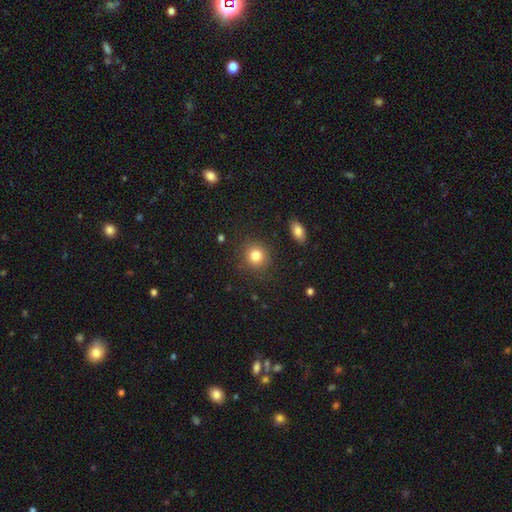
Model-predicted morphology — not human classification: A smooth galaxy with no disk features (82%) that is round (87%). Merging: none (87%).